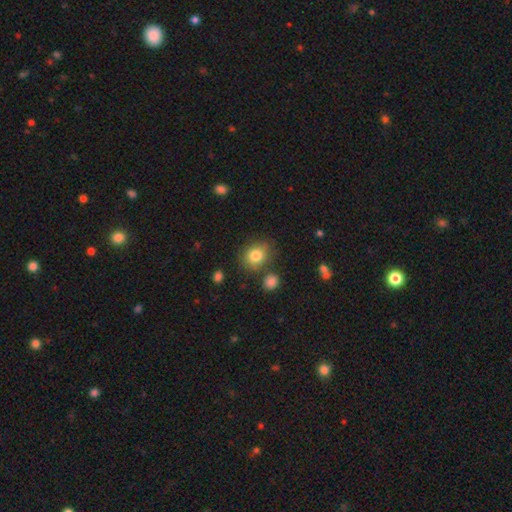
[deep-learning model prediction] Smooth or featured? Predicted: smooth (p=0.82). How rounded? Predicted: round (p=0.65). Merging? Predicted: none (p=0.75).